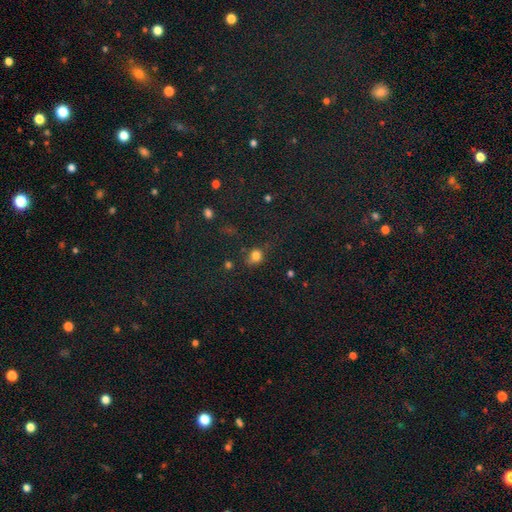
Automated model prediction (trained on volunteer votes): Smooth or featured? smooth (78%)
How rounded? round (67%)
Merging? none (62%)